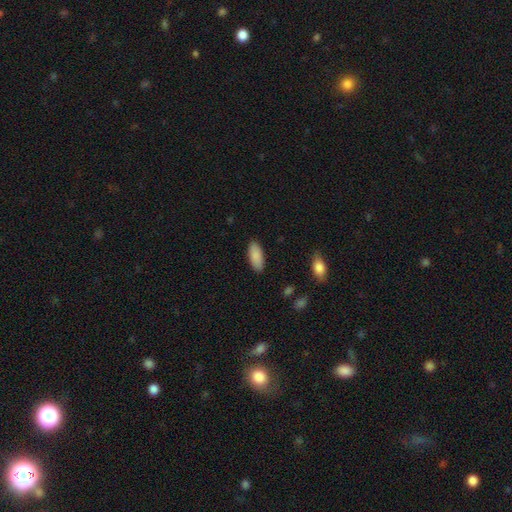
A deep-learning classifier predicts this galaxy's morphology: Smooth or featured? smooth (89%)
How rounded? in between (83%)
Merging? none (88%)